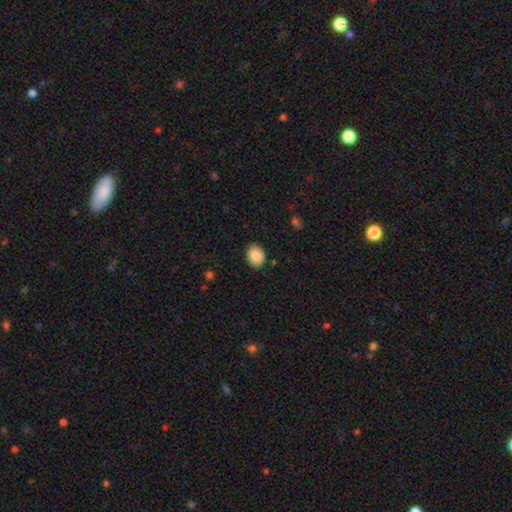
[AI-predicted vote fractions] smooth-or-featured: smooth: 86% | star or artifact: 7% | featured or disk: 7%
  how-rounded: in between: 59% | round: 40% | cigar-shaped: 1%
  merging: none: 85% | minor disturbance: 11% | major disturbance: 2% | merger: 1%